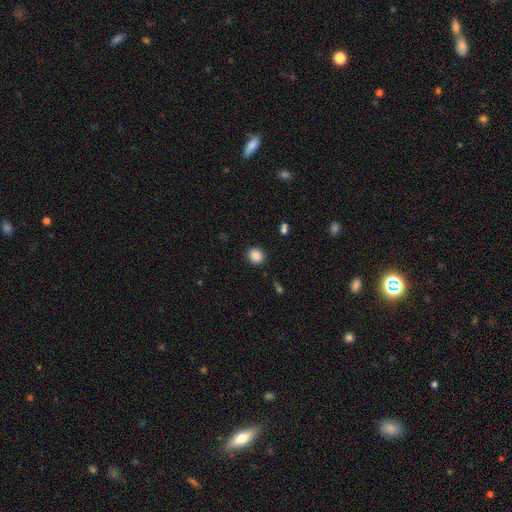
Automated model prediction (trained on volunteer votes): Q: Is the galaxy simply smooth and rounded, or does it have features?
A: smooth — 87%.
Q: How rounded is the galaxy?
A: round — 69%.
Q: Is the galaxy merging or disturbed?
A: none — 88%.